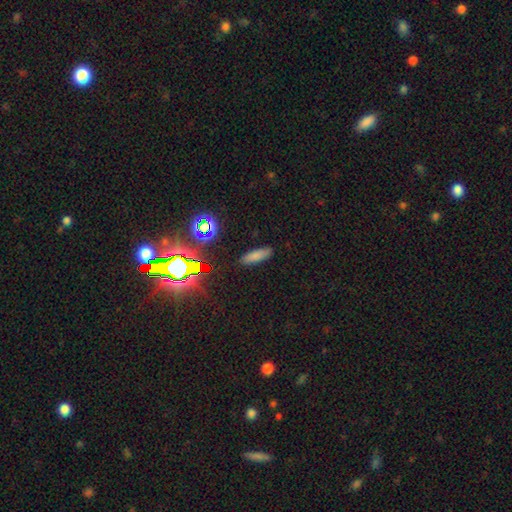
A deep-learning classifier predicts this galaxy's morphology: smooth-or-featured: smooth: 75% | star or artifact: 17% | featured or disk: 8%
  how-rounded: cigar-shaped: 55% | in between: 42% | round: 3%
  merging: none: 88% | minor disturbance: 8% | major disturbance: 2% | merger: 1%